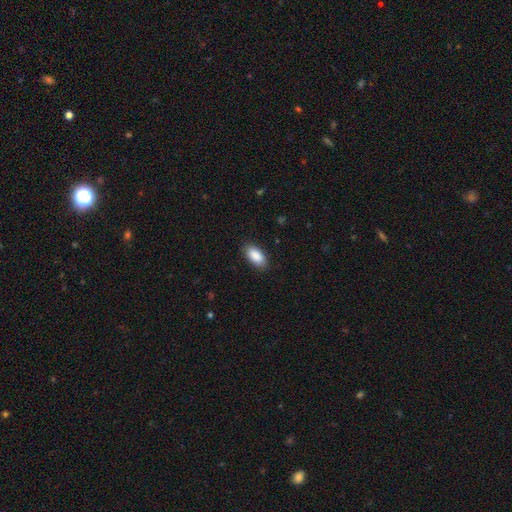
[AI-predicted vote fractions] Morphology: type=smooth (90%); roundness=in between (93%); merging=none (88%).